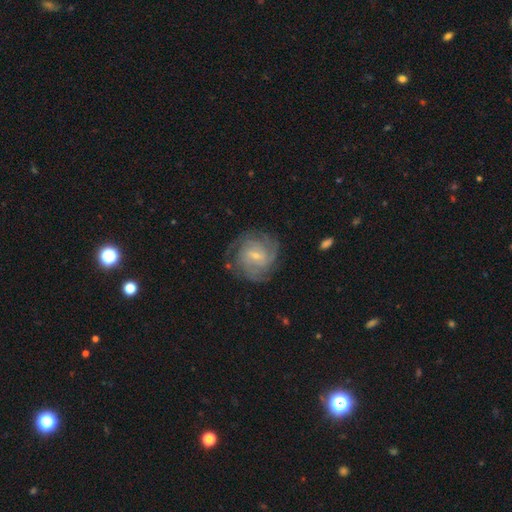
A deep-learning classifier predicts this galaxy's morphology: Q: Smooth or featured?
A: featured or disk (83%); runner-up: smooth (11%)
Q: Edge-on disk?
A: no (98%); runner-up: yes (2%)
Q: Bar?
A: weak (54%); runner-up: no (34%)
Q: Spiral arms?
A: yes (95%); runner-up: no (5%)
Q: Spiral winding?
A: tight (62%); runner-up: medium (31%)
Q: Spiral arm count?
A: can't tell (29%); runner-up: 3 (23%)
Q: Bulge size?
A: small (69%); runner-up: moderate (26%)
Q: Merging?
A: none (77%); runner-up: minor disturbance (15%)